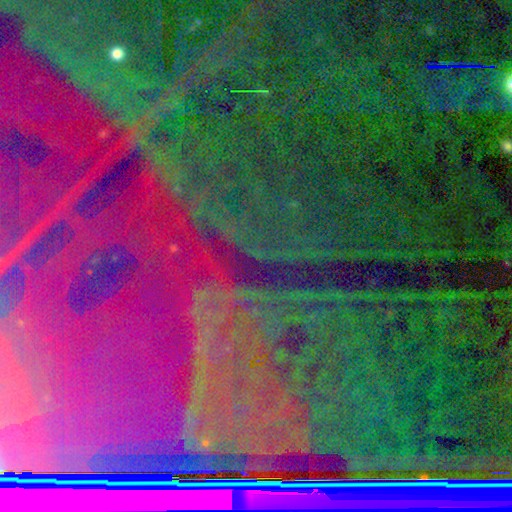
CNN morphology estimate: This appears to be a star or artifact, not a galaxy (88%).